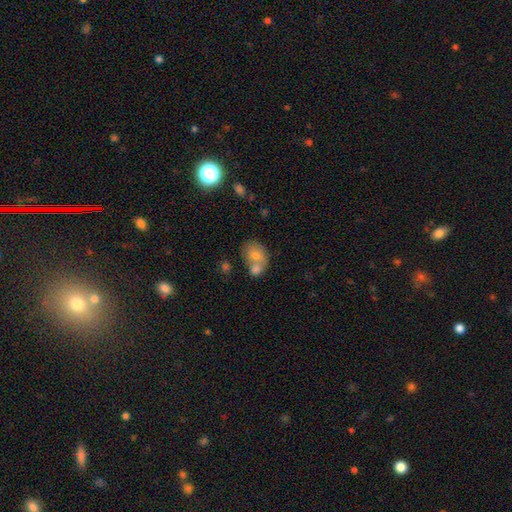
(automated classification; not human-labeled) A smooth galaxy with no disk features (70%) that is in between round and cigar-shaped (56%). Merging: merger (52%).